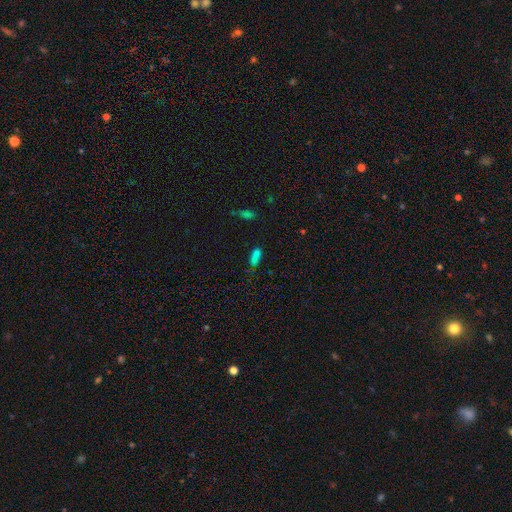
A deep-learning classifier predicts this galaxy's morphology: Overall: smooth (72%). How rounded: in between (68%). Merging: none (58%; minor disturbance 22%).